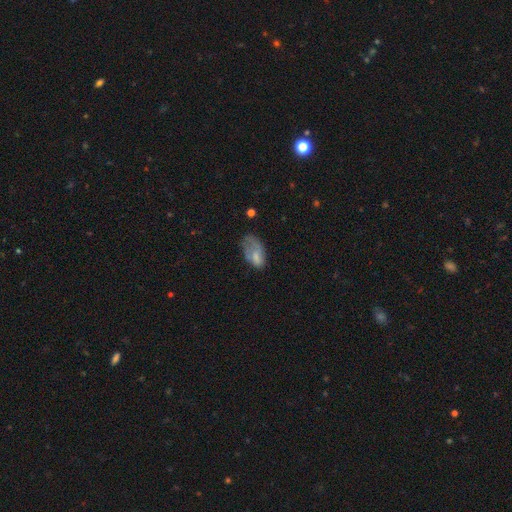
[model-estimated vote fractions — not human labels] This is likely a smooth galaxy (62%). How rounded: clearly in between (91%). Merging: marginally major disturbance (34%).